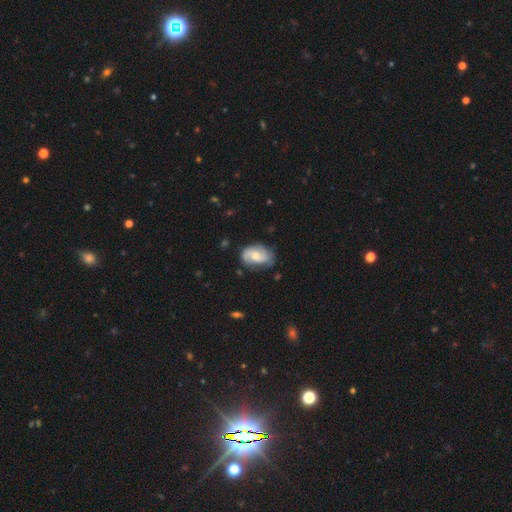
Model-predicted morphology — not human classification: Smooth or featured?
  - featured or disk: 52% *
  - smooth: 41%
  - star or artifact: 7%
Edge-on disk?
  - no: 96% *
  - yes: 4%
Merging?
  - none: 61% *
  - minor disturbance: 27%
  - major disturbance: 9%
  - merger: 2%